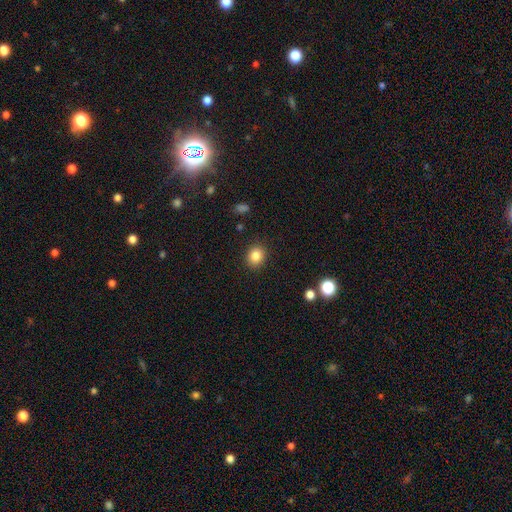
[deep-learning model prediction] smooth-or-featured: smooth: 85% | star or artifact: 11% | featured or disk: 5%
  how-rounded: round: 72% | in between: 27% | cigar-shaped: 1%
  merging: none: 90% | minor disturbance: 7% | major disturbance: 2% | merger: 1%